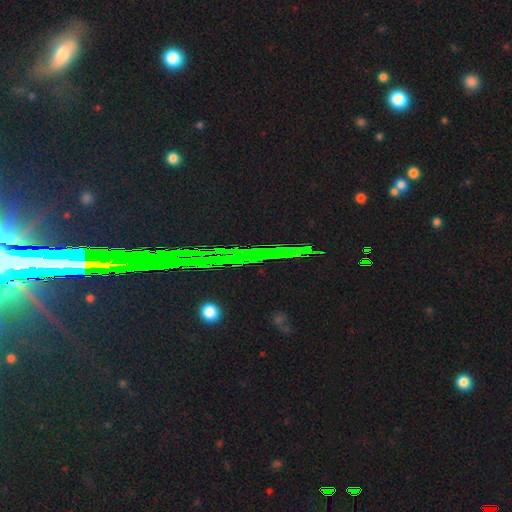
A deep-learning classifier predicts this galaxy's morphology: This is likely a star or artifact rather than a galaxy (79%).